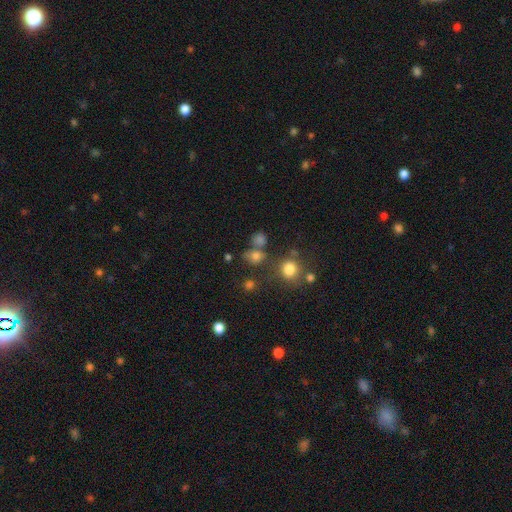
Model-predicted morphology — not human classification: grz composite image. It shows a smooth galaxy with no disk features (73%) that is round (73%). Merging: none (61%).